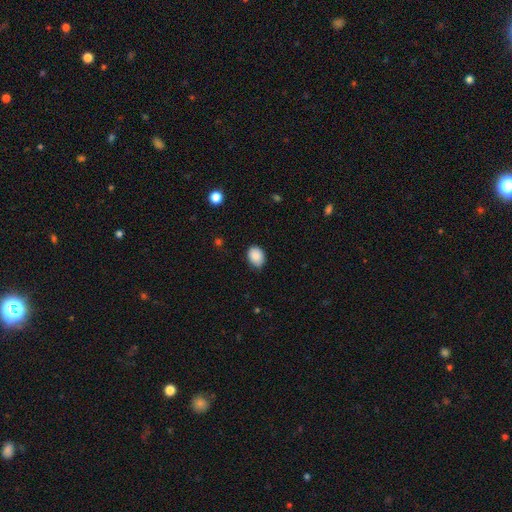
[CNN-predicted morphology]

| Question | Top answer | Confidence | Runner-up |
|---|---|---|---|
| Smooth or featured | smooth | 89% | star or artifact (8%) |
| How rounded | in between | 70% | round (29%) |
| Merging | none | 78% | minor disturbance (19%) |